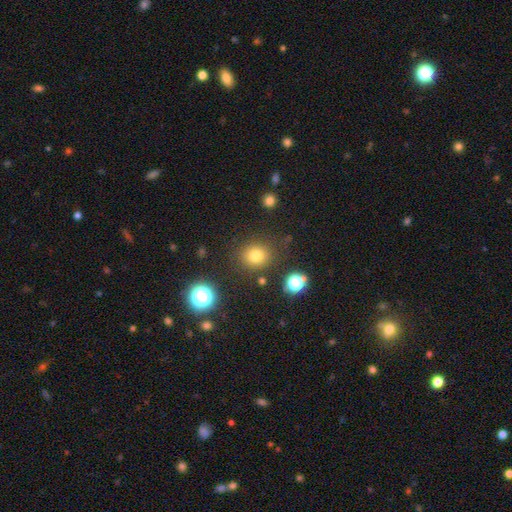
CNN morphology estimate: This is likely a smooth galaxy (74%). How rounded: clearly round (83%). Merging: clearly none (84%).